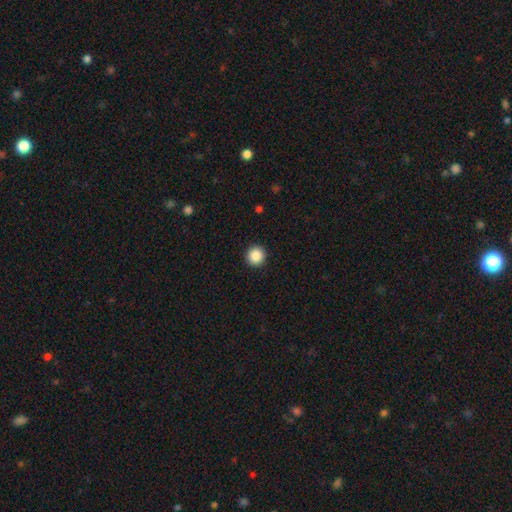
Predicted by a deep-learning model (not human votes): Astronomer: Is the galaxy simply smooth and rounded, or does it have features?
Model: smooth — 88%.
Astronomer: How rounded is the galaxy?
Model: round — 95%.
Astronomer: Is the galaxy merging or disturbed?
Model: none — 93%.